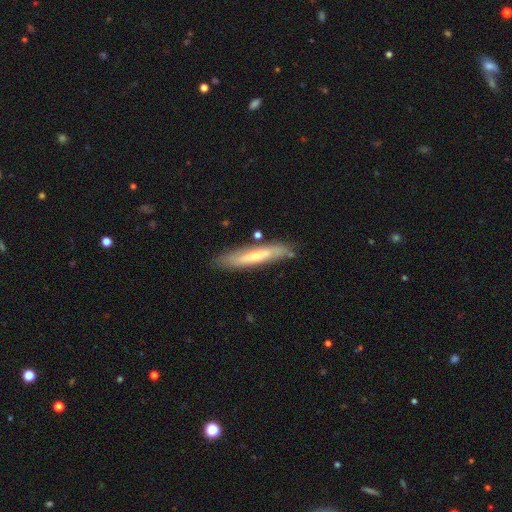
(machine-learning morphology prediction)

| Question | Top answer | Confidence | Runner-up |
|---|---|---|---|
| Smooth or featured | featured or disk | 50% | smooth (44%) |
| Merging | none | 80% | minor disturbance (14%) |